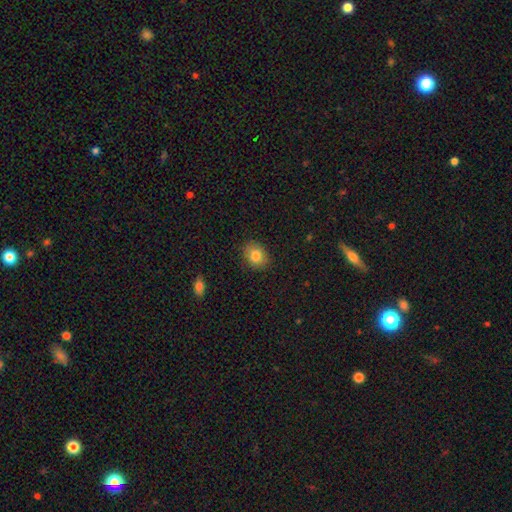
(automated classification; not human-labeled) Smooth or featured: smooth — 82% (star or artifact — 9%)
How rounded: round — 53% (in between — 46%)
Merging: none — 85% (minor disturbance — 12%)